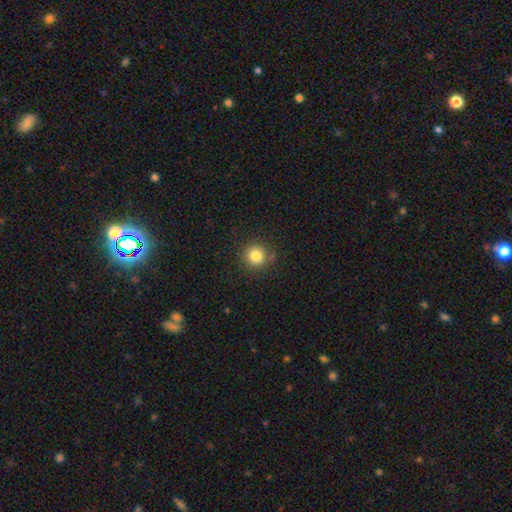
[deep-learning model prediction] smooth-or-featured: smooth: 81% | star or artifact: 12% | featured or disk: 6%
  how-rounded: round: 94% | in between: 5% | cigar-shaped: 1%
  merging: none: 85% | minor disturbance: 10% | major disturbance: 3% | merger: 2%